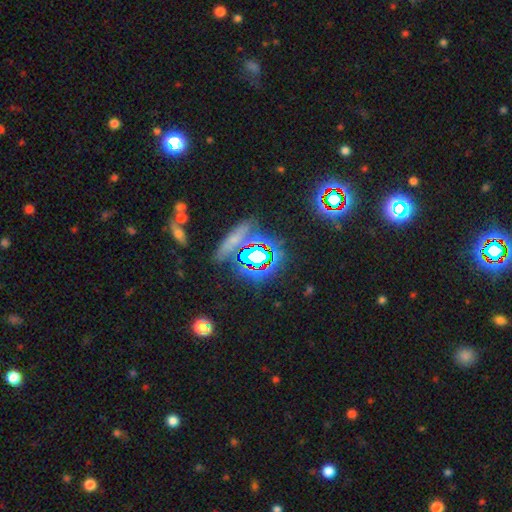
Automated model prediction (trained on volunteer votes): Morphology: type=star or artifact (64%).